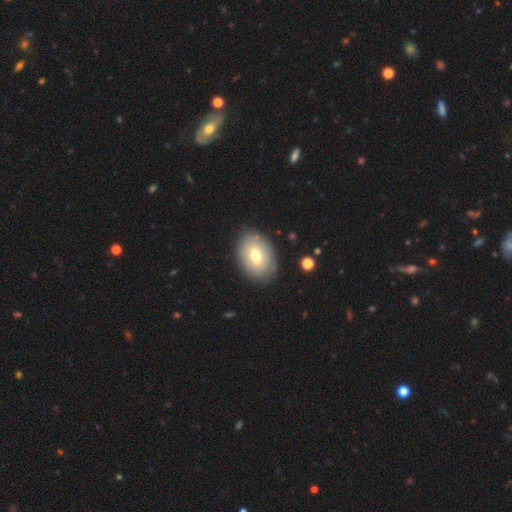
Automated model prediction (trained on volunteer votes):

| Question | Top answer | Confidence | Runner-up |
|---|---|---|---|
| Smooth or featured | smooth | 64% | featured or disk (28%) |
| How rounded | in between | 79% | round (20%) |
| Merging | none | 84% | minor disturbance (11%) |